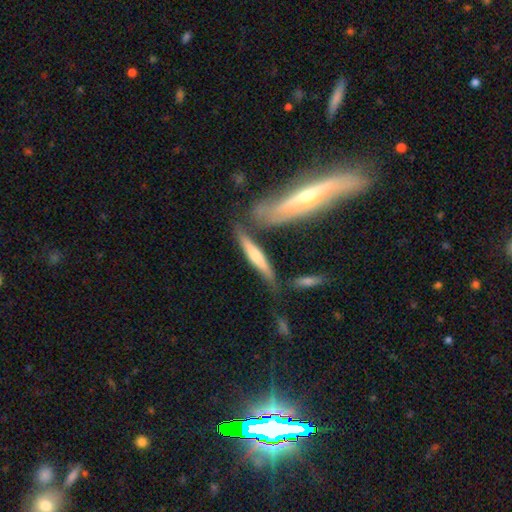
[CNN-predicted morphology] This is possibly a smooth galaxy (49%). Merging: possibly none (59%).